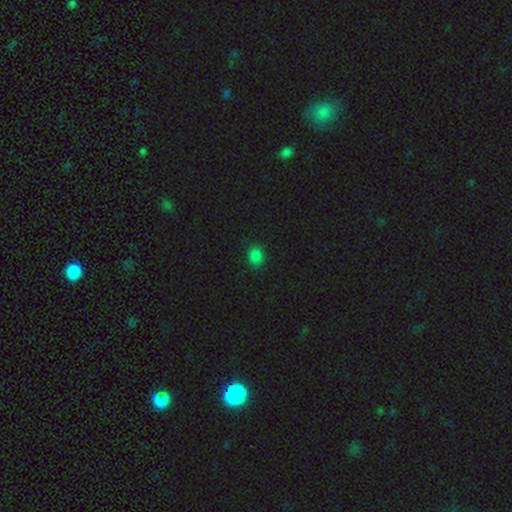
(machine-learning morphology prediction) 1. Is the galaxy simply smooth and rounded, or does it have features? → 81% smooth, 15% star or artifact, 3% featured or disk.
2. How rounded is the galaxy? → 49% round (tied), 49% in between (tied), 1% cigar-shaped.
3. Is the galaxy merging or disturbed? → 84% none, 12% minor disturbance, 3% major disturbance, 1% merger.